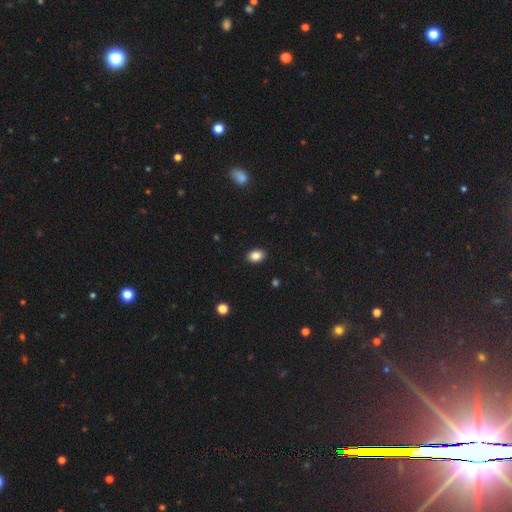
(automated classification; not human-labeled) smooth_or_featured: smooth (p=0.87) [alt: star or artifact p=0.09]
how_rounded: in between (p=0.76) [alt: round p=0.22]
merging: none (p=0.90) [alt: minor disturbance p=0.07]